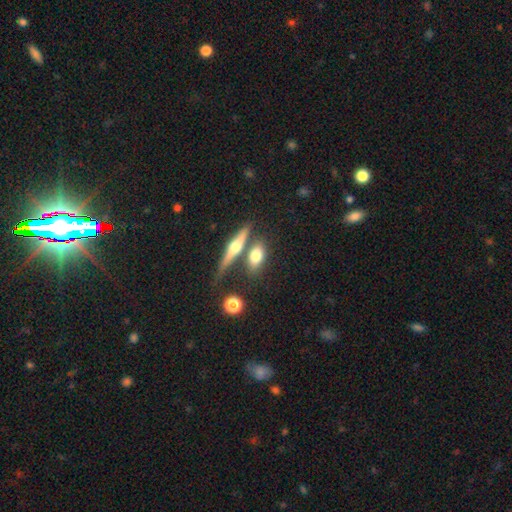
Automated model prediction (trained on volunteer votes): Morphology: type=smooth (64%); roundness=in between (65%); merging=none (57%).